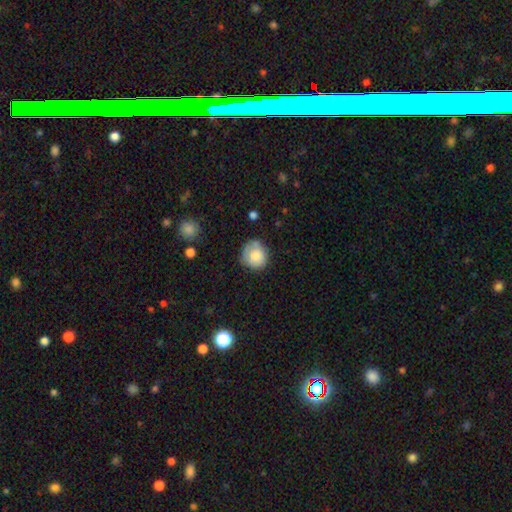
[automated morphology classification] smooth_or_featured: smooth (p=0.76) [alt: featured or disk p=0.16]
how_rounded: round (p=0.85) [alt: in between p=0.14]
merging: none (p=0.60) [alt: minor disturbance p=0.27]